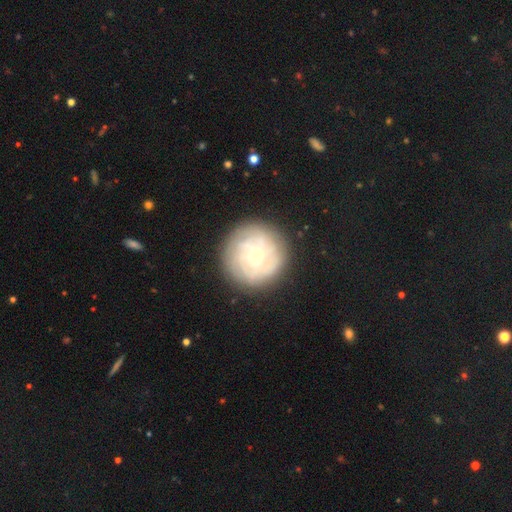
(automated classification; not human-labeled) Smooth or featured? Predicted: featured or disk (p=0.62). Edge-on disk? Predicted: no (p=0.97). Bar? Predicted: no (p=0.67). Spiral arms? Predicted: yes (p=0.80). Bulge size? Predicted: small (p=0.64). Merging? Predicted: none (p=0.83).